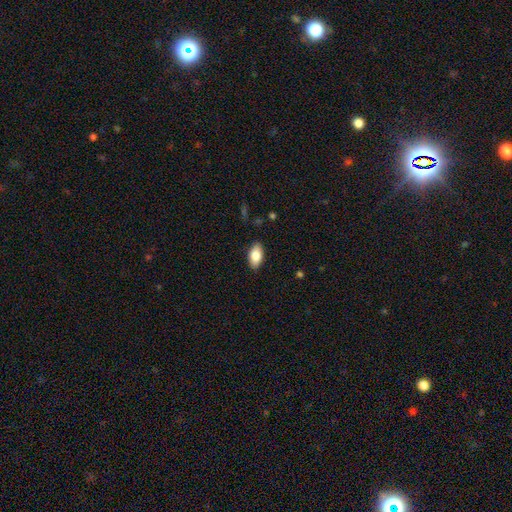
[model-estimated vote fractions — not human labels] Overall: smooth (81%). How rounded: in between (92%). Merging: none (88%).